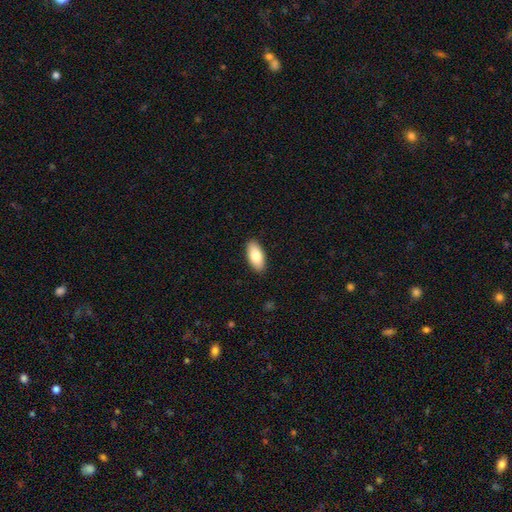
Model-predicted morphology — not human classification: Overall: smooth (83%). How rounded: in between (90%). Merging: none (90%).